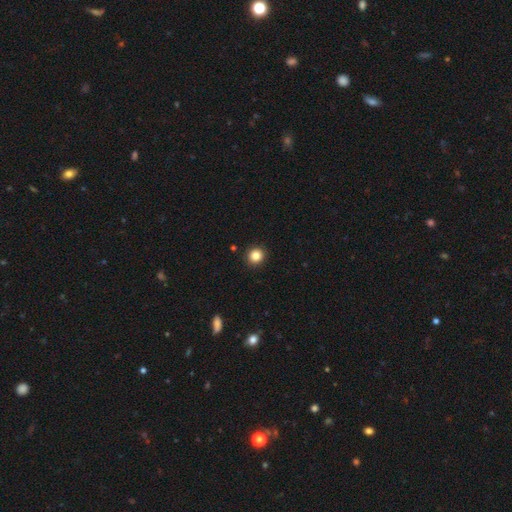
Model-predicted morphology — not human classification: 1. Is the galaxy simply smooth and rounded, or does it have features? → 84% smooth, 11% star or artifact, 5% featured or disk.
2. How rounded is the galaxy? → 91% round, 8% in between, 1% cigar-shaped.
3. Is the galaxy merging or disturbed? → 92% none, 5% minor disturbance, 2% major disturbance, 1% merger.